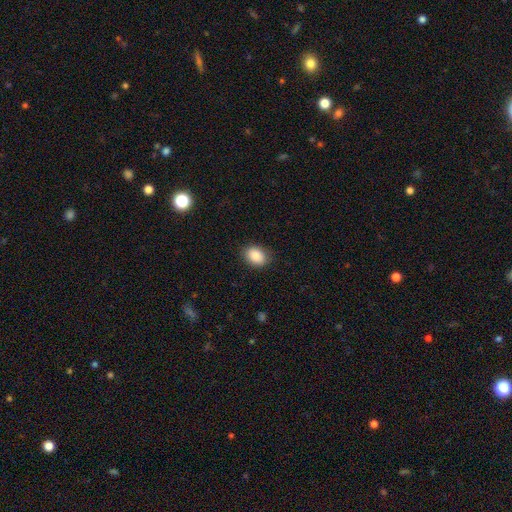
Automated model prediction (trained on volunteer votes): A smooth galaxy with no disk features (87%) that is in between round and cigar-shaped (73%).

Vote fractions:
- Smooth or featured? smooth: 87% / star or artifact: 8% / featured or disk: 5%
- How rounded? in between: 73% / round: 26% / cigar-shaped: 1%
- Merging? none: 86% / minor disturbance: 11% / major disturbance: 3% / merger: 1%